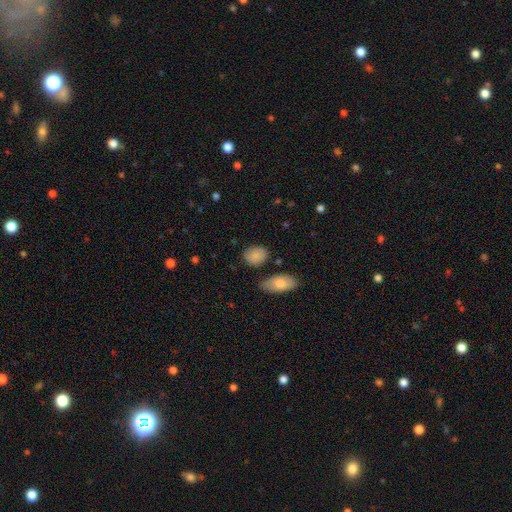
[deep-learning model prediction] Smooth or featured?
  - smooth: 84% *
  - featured or disk: 9%
  - star or artifact: 7%
How rounded?
  - in between: 52% *
  - round: 46%
  - cigar-shaped: 2%
Merging?
  - none: 76% *
  - minor disturbance: 16%
  - merger: 4%
  - major disturbance: 4%